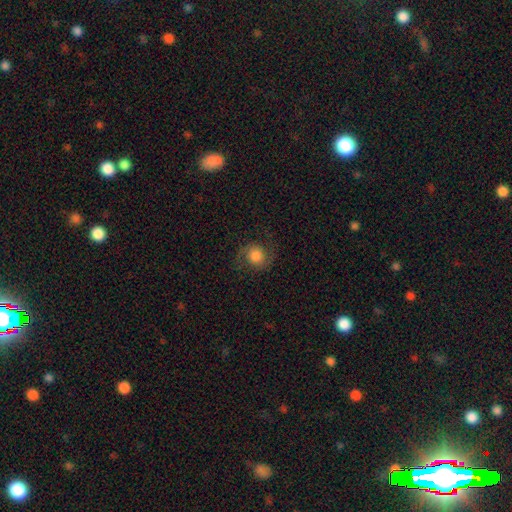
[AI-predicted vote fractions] smooth_or_featured: featured or disk (p=0.49) [alt: smooth p=0.41]
merging: none (p=0.77) [alt: minor disturbance p=0.14]